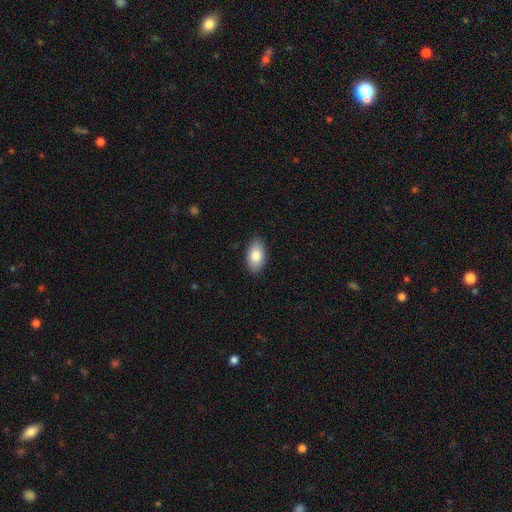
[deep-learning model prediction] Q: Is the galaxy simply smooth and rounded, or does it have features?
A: smooth — 83%.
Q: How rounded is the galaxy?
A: in between — 94%.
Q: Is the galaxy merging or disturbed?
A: none — 88%.